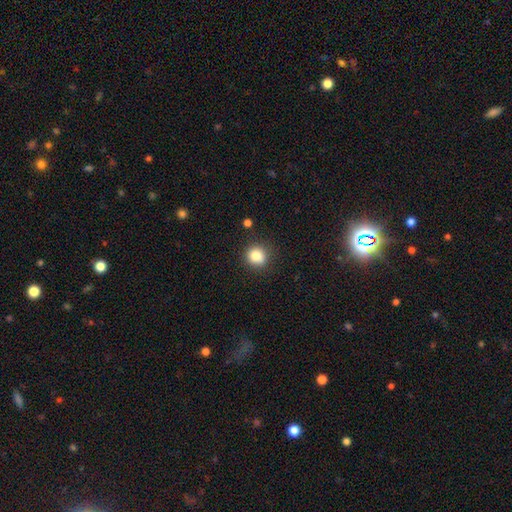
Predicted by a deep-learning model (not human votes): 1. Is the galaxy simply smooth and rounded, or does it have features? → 84% smooth, 11% star or artifact, 6% featured or disk.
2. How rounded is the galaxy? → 85% round, 14% in between, 1% cigar-shaped.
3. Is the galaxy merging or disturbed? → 79% none, 14% minor disturbance, 4% merger, 4% major disturbance.